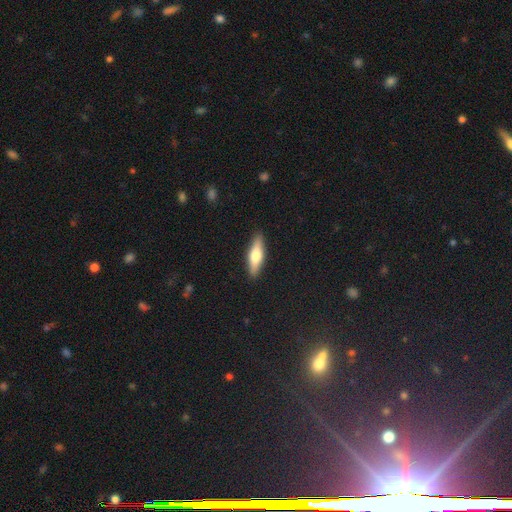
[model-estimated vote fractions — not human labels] Smooth or featured? smooth (54%)
How rounded? cigar-shaped (60%)
Merging? none (90%)